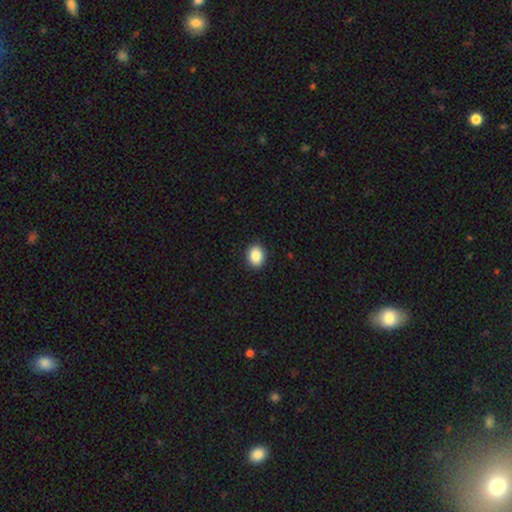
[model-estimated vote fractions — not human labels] This is clearly a smooth galaxy (88%). How rounded: possibly in between (53%). Merging: clearly none (91%).